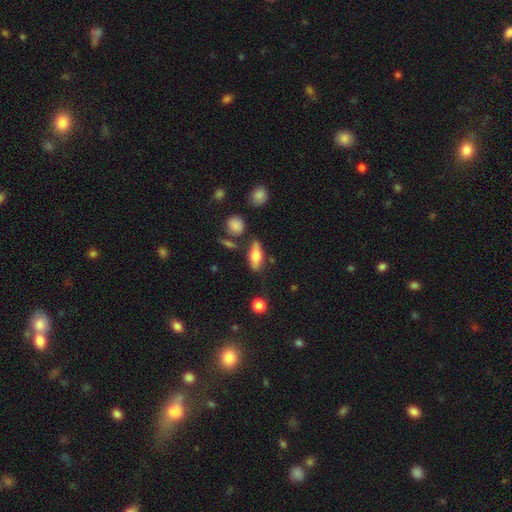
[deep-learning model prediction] smooth 64%, featured or disk 29%, star or artifact 7%. Down the decision tree: how rounded — in between (74%); merging — none (71%).